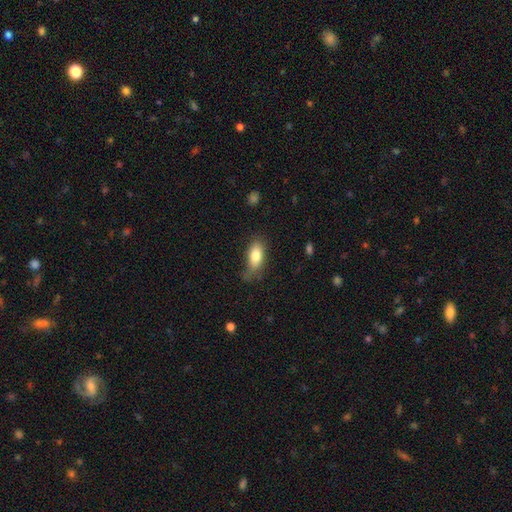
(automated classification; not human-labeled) Overall: smooth (81%). How rounded: in between (86%). Merging: none (60%; minor disturbance 29%).